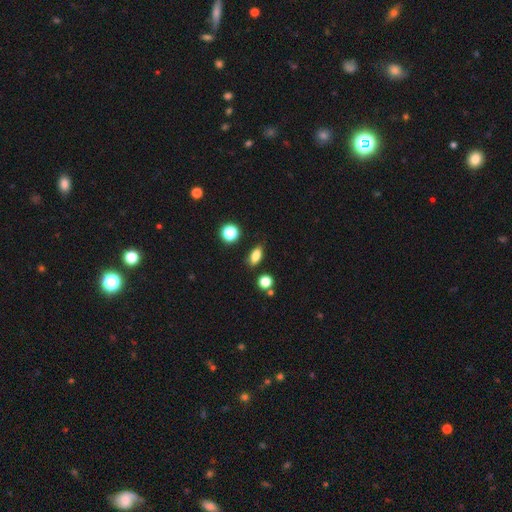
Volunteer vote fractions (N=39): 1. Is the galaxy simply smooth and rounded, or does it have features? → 90% smooth, 8% featured or disk, 3% star or artifact.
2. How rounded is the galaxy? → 86% in between, 11% cigar-shaped, 3% round.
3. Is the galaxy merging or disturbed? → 79% none, 13% minor disturbance, 5% major disturbance, 3% merger.